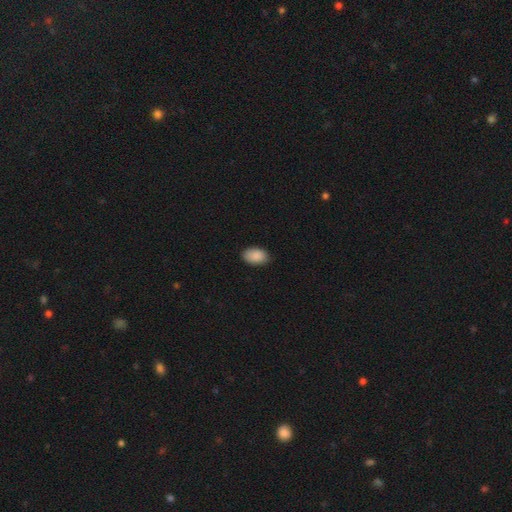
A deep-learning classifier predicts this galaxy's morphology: A smooth galaxy with no disk features (90%) that is in between round and cigar-shaped (92%).

Vote fractions:
- Smooth or featured? smooth: 90% / star or artifact: 6% / featured or disk: 4%
- How rounded? in between: 92% / round: 7% / cigar-shaped: 1%
- Merging? none: 86% / minor disturbance: 11% / major disturbance: 2% / merger: 1%